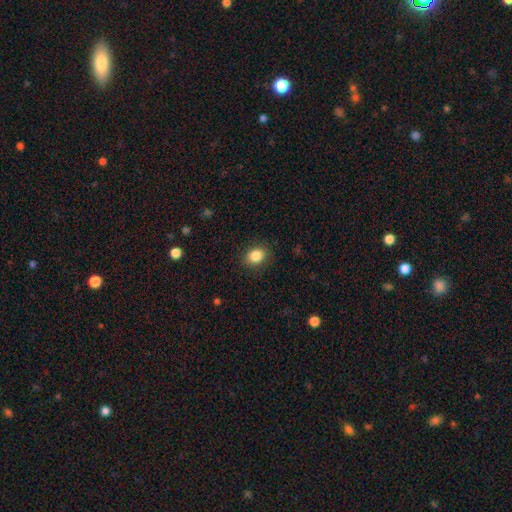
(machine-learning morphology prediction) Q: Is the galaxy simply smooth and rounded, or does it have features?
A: smooth — 86%.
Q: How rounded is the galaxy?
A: in between — 54%.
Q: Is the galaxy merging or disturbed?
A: none — 87%.